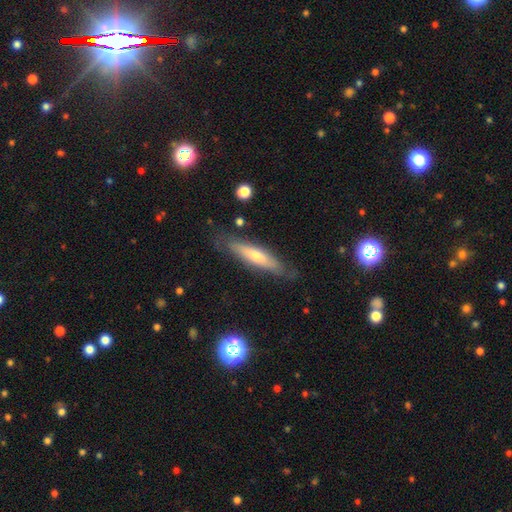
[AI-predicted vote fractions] Smooth or featured? featured or disk (54%)
Edge-on disk? yes (85%)
Merging? none (84%)